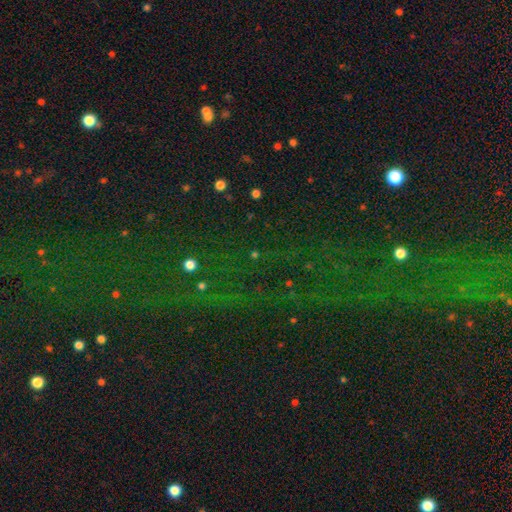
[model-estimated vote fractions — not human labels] The model was most divided on "smooth or featured": star or artifact: 75%, smooth: 15%, featured or disk: 9%.